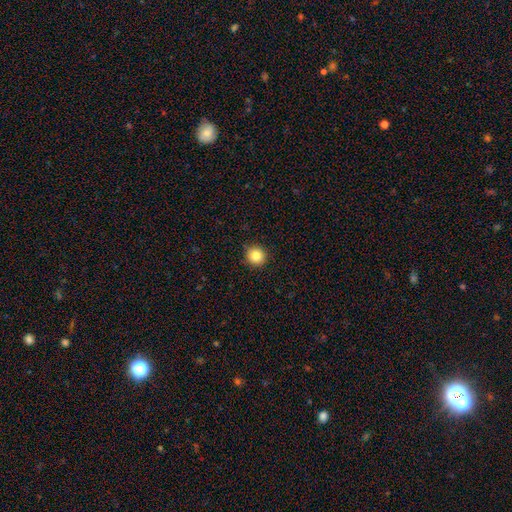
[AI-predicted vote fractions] Smooth or featured?
  - smooth: 84% *
  - star or artifact: 11%
  - featured or disk: 6%
How rounded?
  - round: 93% *
  - in between: 6%
  - cigar-shaped: 1%
Merging?
  - none: 91% *
  - minor disturbance: 6%
  - major disturbance: 2%
  - merger: 1%